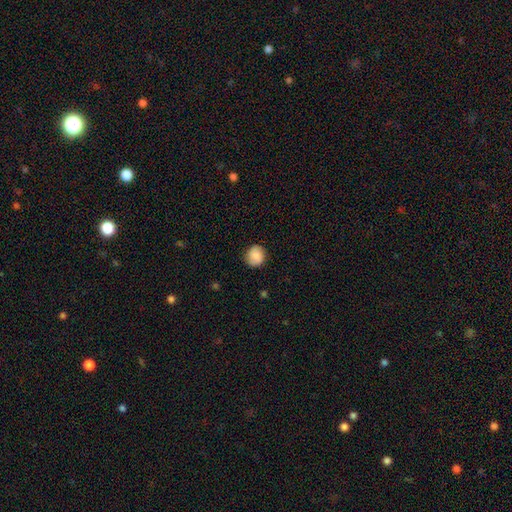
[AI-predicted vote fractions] Smooth or featured: smooth — 79% (featured or disk — 12%)
How rounded: round — 83% (in between — 16%)
Merging: none — 83% (minor disturbance — 12%)